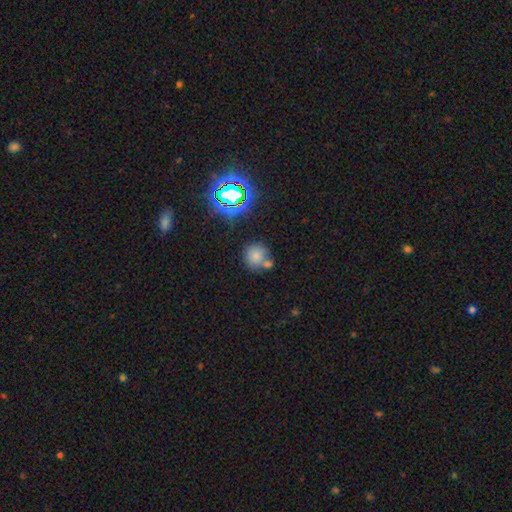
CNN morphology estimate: The model was most divided on "merging": none: 52%, merger: 32%, minor disturbance: 11%, major disturbance: 4%. More confident: how rounded — round (88%); smooth or featured — smooth (72%).